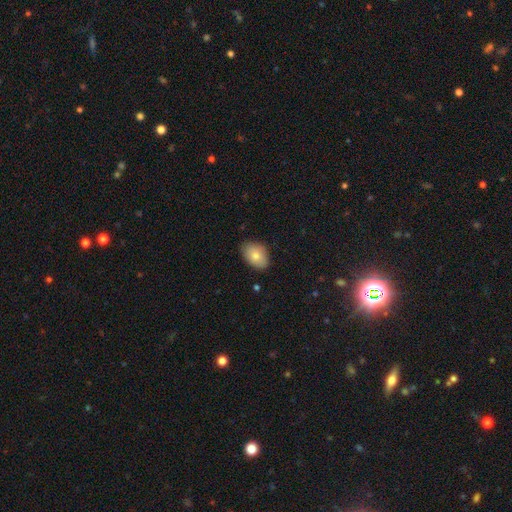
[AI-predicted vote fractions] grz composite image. It shows a smooth galaxy with no disk features (83%) that is in between round and cigar-shaped (86%). Merging: none (81%).